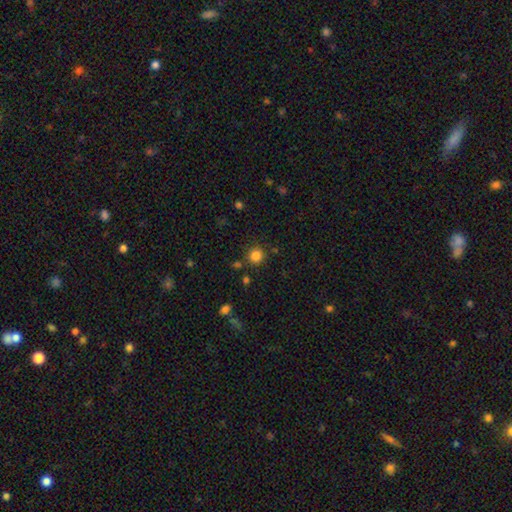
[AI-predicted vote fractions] A smooth galaxy with no disk features (83%) that is round (90%). Merging: none (84%).